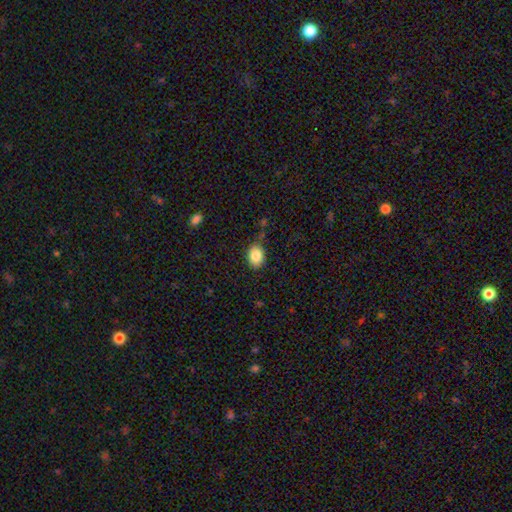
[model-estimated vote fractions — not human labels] A smooth galaxy with no disk features (86%) that is in between round and cigar-shaped (69%). Merging: none (80%).